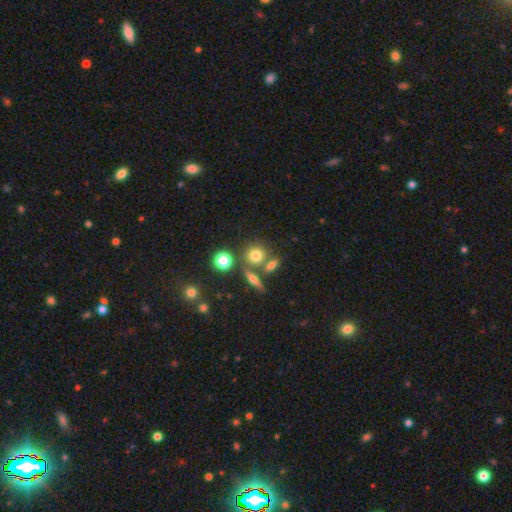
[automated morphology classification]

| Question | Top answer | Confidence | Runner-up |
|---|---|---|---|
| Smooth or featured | smooth | 71% | star or artifact (15%) |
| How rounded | round | 80% | in between (17%) |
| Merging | none | 62% | merger (23%) |